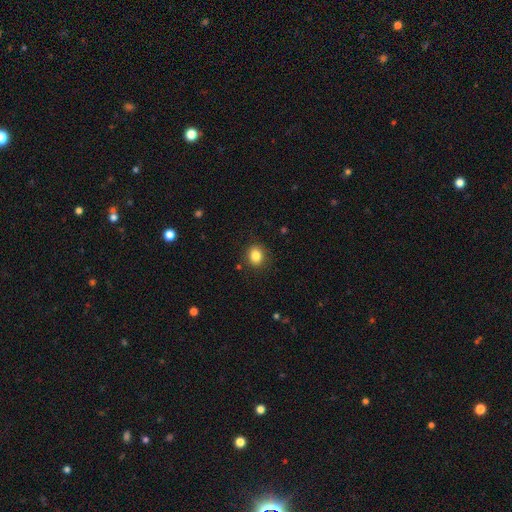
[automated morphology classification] smooth-or-featured: smooth: 84% | star or artifact: 10% | featured or disk: 6%
  how-rounded: round: 69% | in between: 30% | cigar-shaped: 1%
  merging: none: 87% | minor disturbance: 9% | major disturbance: 3% | merger: 1%